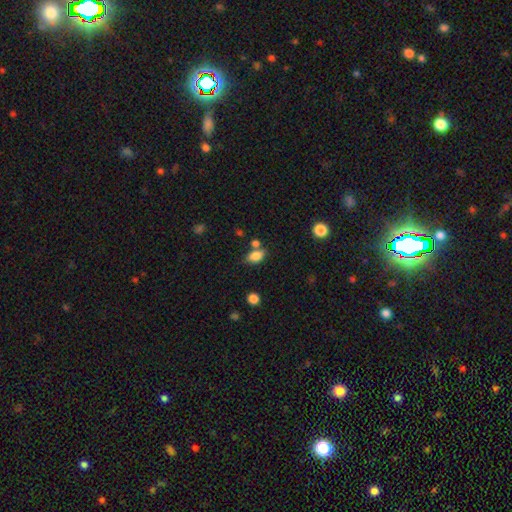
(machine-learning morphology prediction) This is clearly a smooth galaxy (83%). How rounded: clearly in between (86%). Merging: likely none (61%).